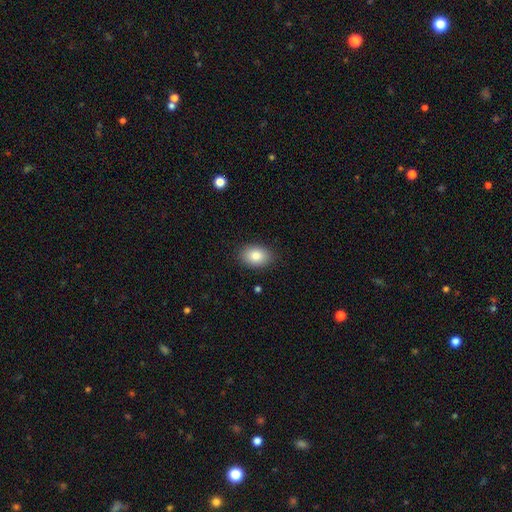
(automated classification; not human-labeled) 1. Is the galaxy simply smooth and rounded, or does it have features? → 85% smooth, 7% star or artifact, 7% featured or disk.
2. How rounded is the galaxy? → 82% in between, 17% round, 1% cigar-shaped.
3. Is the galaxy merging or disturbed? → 87% none, 9% minor disturbance, 2% major disturbance, 1% merger.